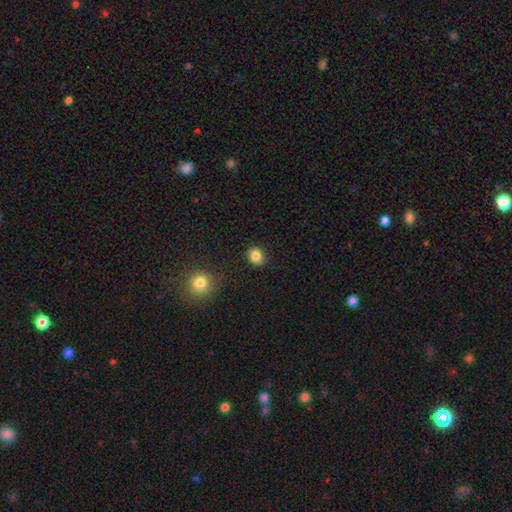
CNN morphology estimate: smooth-or-featured: smooth: 85% | star or artifact: 10% | featured or disk: 5%
  how-rounded: round: 59% | in between: 41% | cigar-shaped: 1%
  merging: none: 88% | minor disturbance: 8% | major disturbance: 2% | merger: 2%